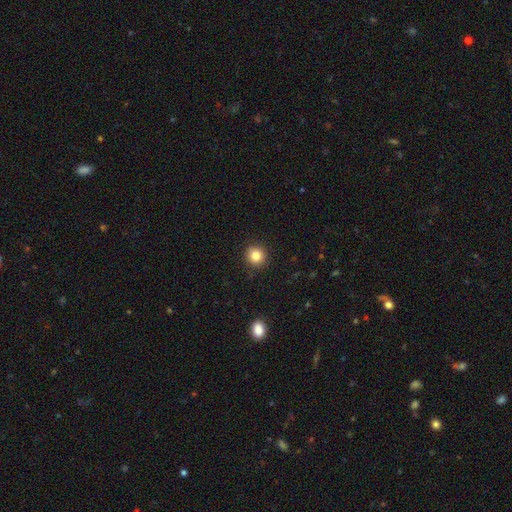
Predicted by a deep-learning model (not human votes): Smooth or featured?
  - smooth: 84% *
  - star or artifact: 11%
  - featured or disk: 5%
How rounded?
  - round: 92% *
  - in between: 7%
  - cigar-shaped: 1%
Merging?
  - none: 91% *
  - minor disturbance: 6%
  - major disturbance: 2%
  - merger: 1%